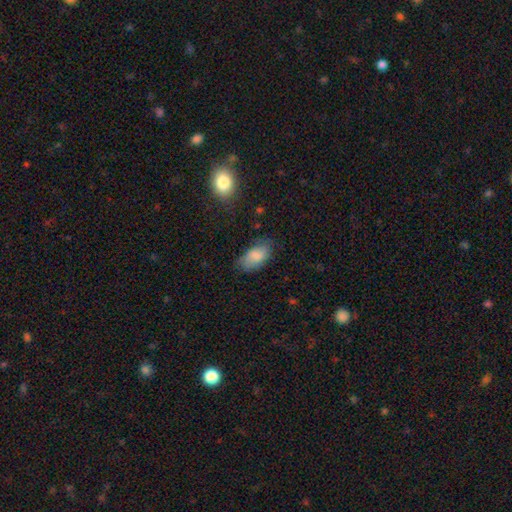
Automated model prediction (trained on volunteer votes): smooth_or_featured: smooth (p=0.79) [alt: featured or disk p=0.14]
how_rounded: in between (p=0.93) [alt: round p=0.04]
merging: none (p=0.67) [alt: minor disturbance p=0.24]